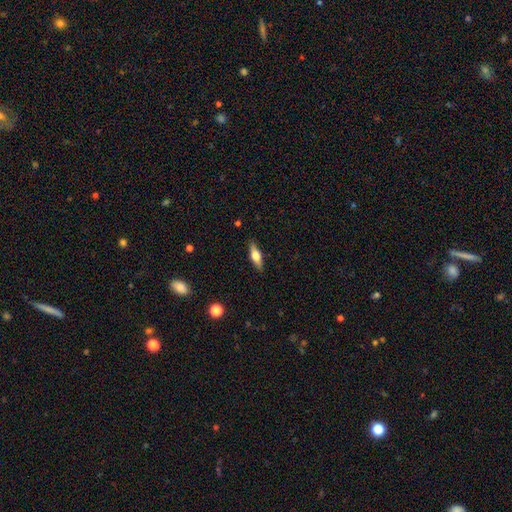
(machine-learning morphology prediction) type=smooth (49%); merging=none (88%).